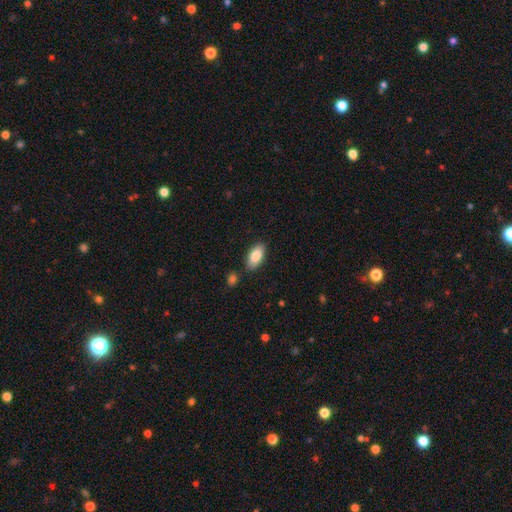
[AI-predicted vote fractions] Morphology: type=smooth (85%); roundness=in between (91%); merging=none (83%).